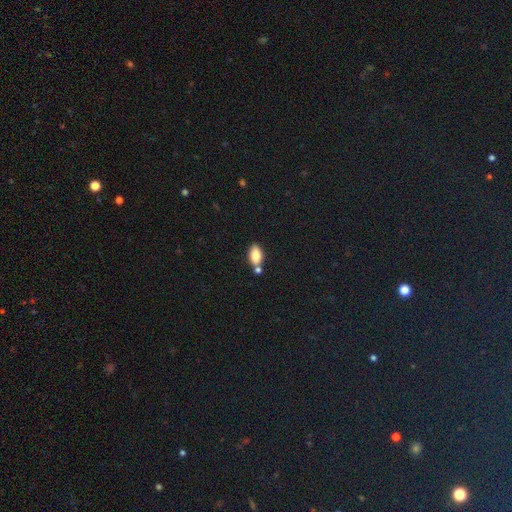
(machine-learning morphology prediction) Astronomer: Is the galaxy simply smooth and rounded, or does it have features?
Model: smooth — 83%.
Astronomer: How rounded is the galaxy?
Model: in between — 91%.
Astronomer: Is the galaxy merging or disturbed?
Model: none — 63%.